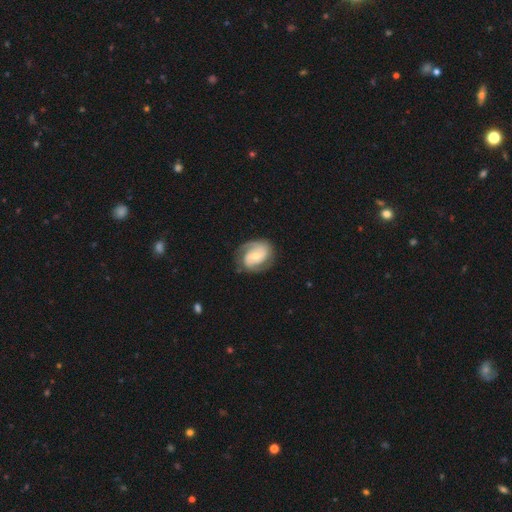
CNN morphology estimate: Smooth or featured?
  - featured or disk: 83% *
  - smooth: 12%
  - star or artifact: 5%
Edge-on disk?
  - no: 98% *
  - yes: 2%
Bar?
  - no: 54% *
  - weak: 35%
  - strong: 11%
Spiral arms?
  - yes: 95% *
  - no: 5%
Spiral winding?
  - tight: 48% *
  - medium: 40%
  - loose: 12%
Spiral arm count?
  - 2: 80% *
  - can't tell: 8%
  - 3: 4%
  - 1: 4%
  - 4: 1%
  - more than 4: 1%
Bulge size?
  - small: 48% *
  - moderate: 47%
  - large: 3%
  - none: 2%
  - dominant: 1%
Merging?
  - none: 76% *
  - minor disturbance: 16%
  - major disturbance: 7%
  - merger: 1%